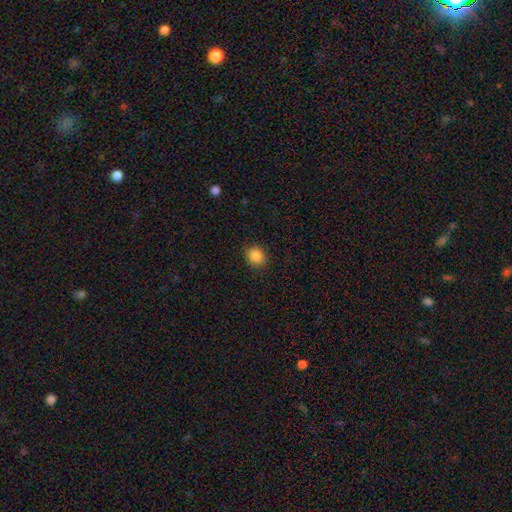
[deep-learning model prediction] This is clearly a smooth galaxy (87%). How rounded: likely round (71%). Merging: clearly none (88%).